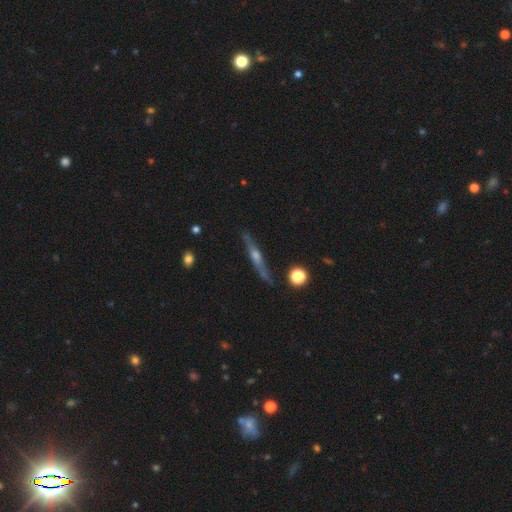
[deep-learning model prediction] smooth-or-featured: featured or disk: 75% | smooth: 18% | star or artifact: 7%
  disk-edge-on: yes: 95% | no: 5%
    edge-on-bulge: rounded: 82% | none: 12% | boxy: 7%
  merging: none: 83% | minor disturbance: 12% | major disturbance: 2% | merger: 2%